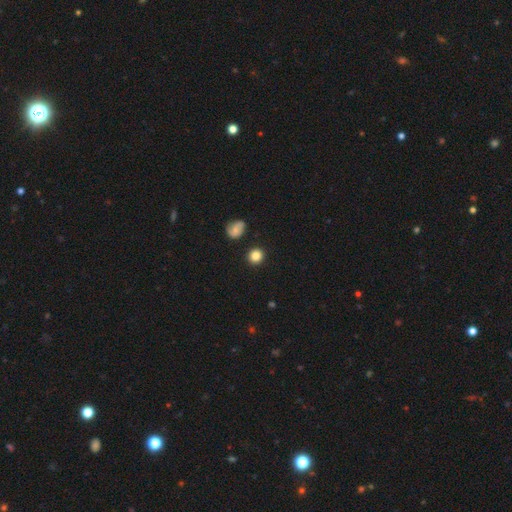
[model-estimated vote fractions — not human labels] A smooth galaxy with no disk features (85%) that is round (90%). Merging: none (89%).